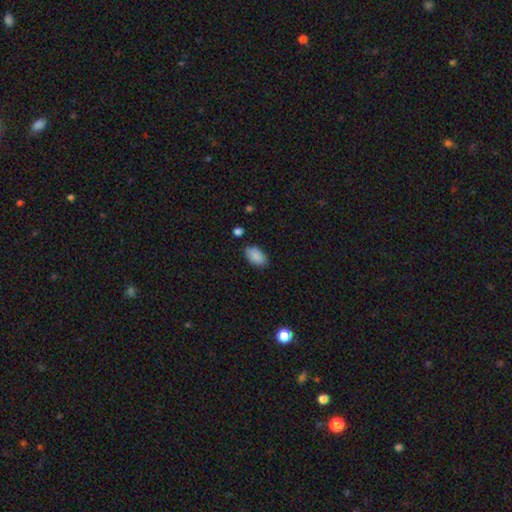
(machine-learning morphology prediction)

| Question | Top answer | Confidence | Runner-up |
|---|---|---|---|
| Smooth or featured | smooth | 88% | star or artifact (7%) |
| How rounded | in between | 93% | round (5%) |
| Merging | none | 82% | minor disturbance (13%) |